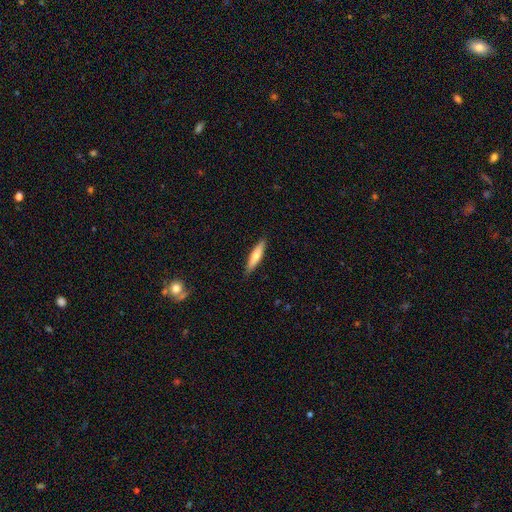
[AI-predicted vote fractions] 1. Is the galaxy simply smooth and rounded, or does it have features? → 62% smooth, 32% featured or disk, 6% star or artifact.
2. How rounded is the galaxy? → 81% cigar-shaped, 17% in between, 1% round.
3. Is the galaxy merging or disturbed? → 89% none, 9% minor disturbance, 2% major disturbance, 1% merger.